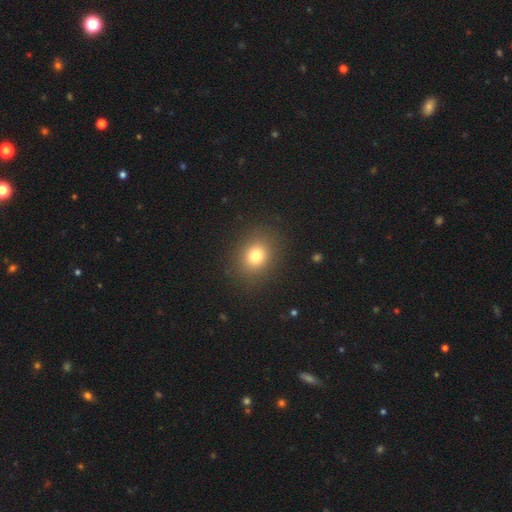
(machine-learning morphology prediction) The model was most divided on "how rounded": round: 61%, in between: 38%, cigar-shaped: 1%. More confident: merging — none (88%); smooth or featured — smooth (78%).